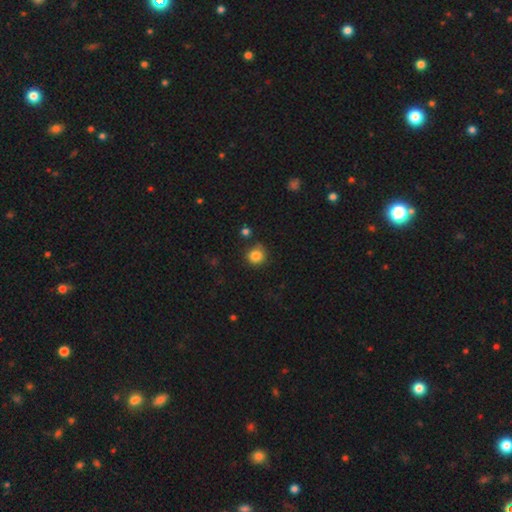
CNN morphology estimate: Smooth or featured?
  - smooth: 84% *
  - star or artifact: 11%
  - featured or disk: 5%
How rounded?
  - round: 91% *
  - in between: 8%
  - cigar-shaped: 1%
Merging?
  - none: 81% *
  - minor disturbance: 12%
  - merger: 4%
  - major disturbance: 3%